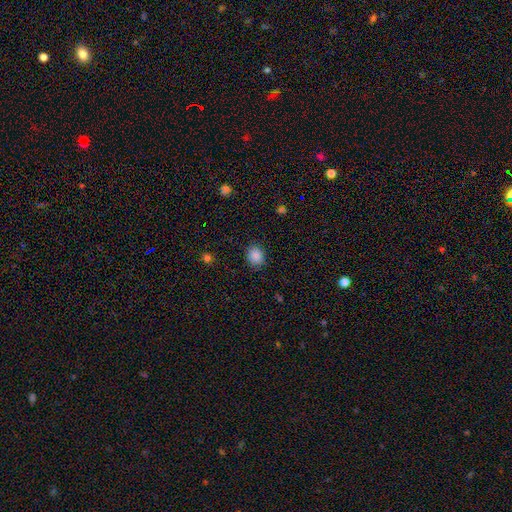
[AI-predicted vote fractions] smooth 87%, star or artifact 10%, featured or disk 4%. Down the decision tree: how rounded — round (64%); merging — none (84%).